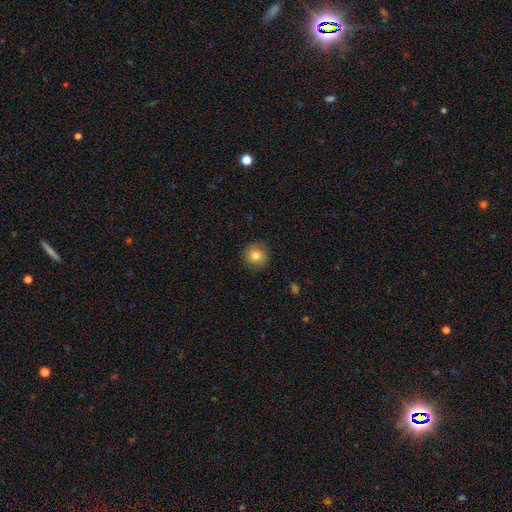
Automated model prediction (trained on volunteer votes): The model was most divided on "smooth or featured": smooth: 80%, featured or disk: 10%, star or artifact: 10%. More confident: how rounded — round (93%); merging — none (87%).